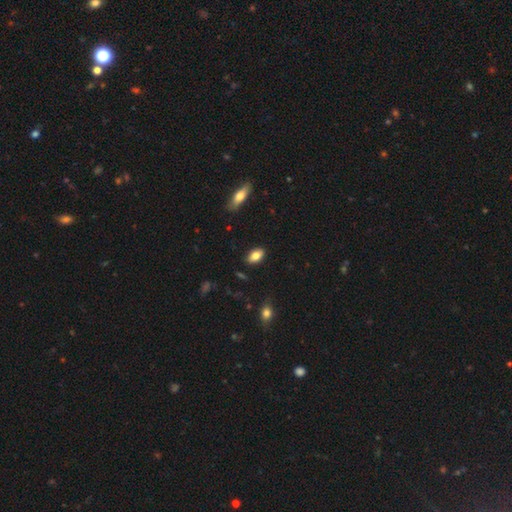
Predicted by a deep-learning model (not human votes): A smooth galaxy with no disk features (80%) that is in between round and cigar-shaped (90%). Merging: none (86%).